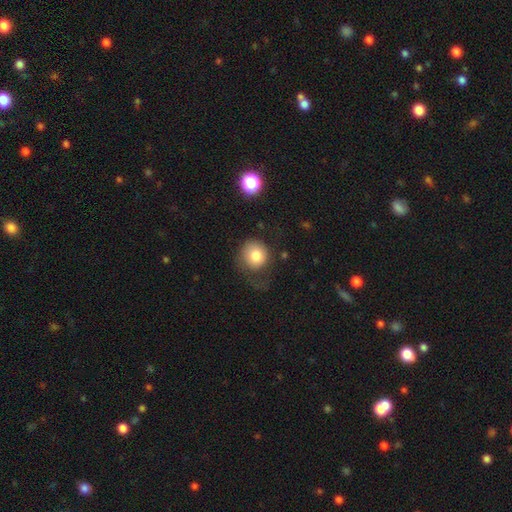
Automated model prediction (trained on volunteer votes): A smooth galaxy with no disk features (80%) that is round (86%). Merging: none (51%).